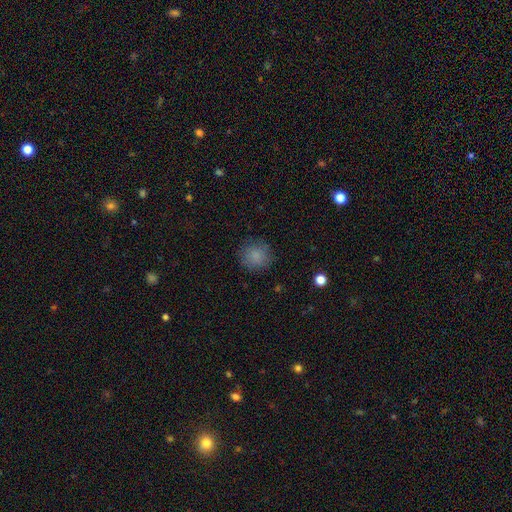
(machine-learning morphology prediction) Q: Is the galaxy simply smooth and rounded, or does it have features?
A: smooth — 85%.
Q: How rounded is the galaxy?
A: round — 92%.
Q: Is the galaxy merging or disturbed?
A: none — 85%.